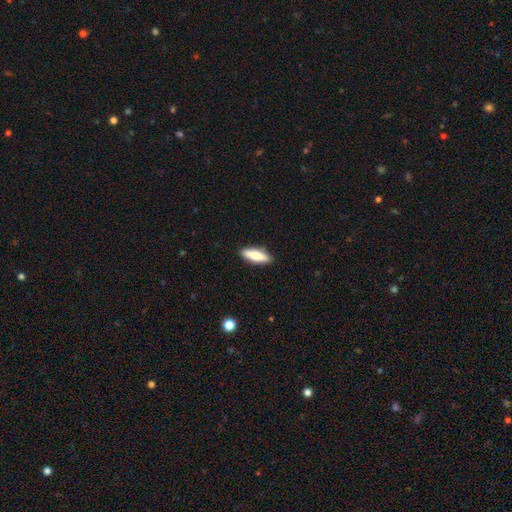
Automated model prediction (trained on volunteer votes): smooth_or_featured: smooth (p=0.69) [alt: featured or disk p=0.25]
how_rounded: in between (p=0.52) [alt: cigar-shaped p=0.46]
merging: none (p=0.90) [alt: minor disturbance p=0.08]